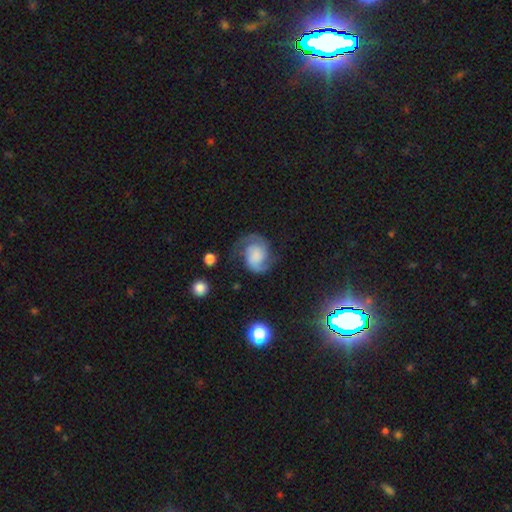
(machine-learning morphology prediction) Overall: featured or disk (83%). Edge-on disk: no (98%). Bar: no (65%; weak 28%). Spiral arms: yes (97%). Spiral arm count: 2 (91%). Spiral winding: medium (52%; tight 26%). Bulge size: none (41%; large 21%). Merging: none (69%).